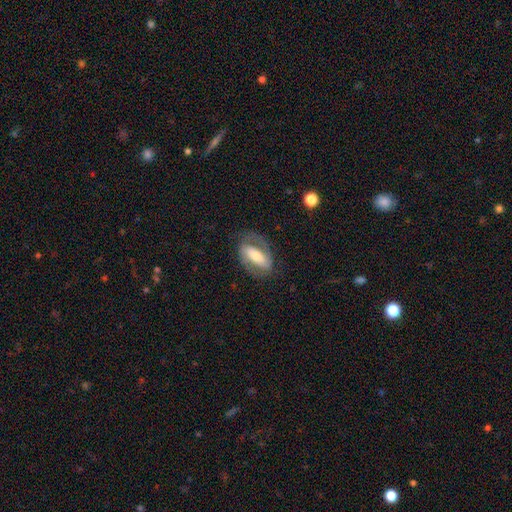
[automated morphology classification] Smooth or featured? Predicted: featured or disk (p=0.66). Edge-on disk? Predicted: no (p=0.92). Bar? Predicted: strong (p=0.52). Spiral arms? Predicted: yes (p=0.79). Bulge size? Predicted: moderate (p=0.53). Merging? Predicted: none (p=0.72).